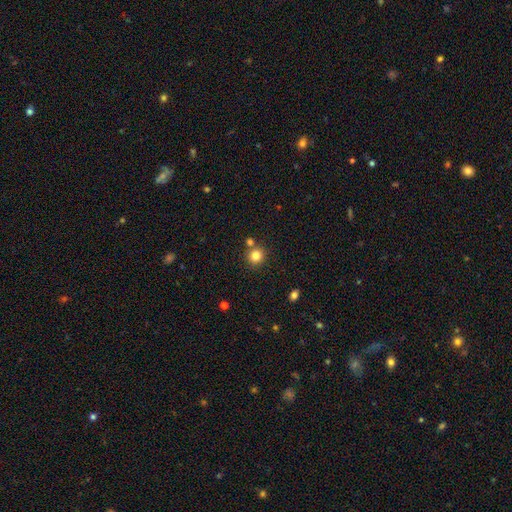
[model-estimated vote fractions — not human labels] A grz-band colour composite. It shows a smooth galaxy with no disk features (82%) that is round (91%). Merging: none (76%).